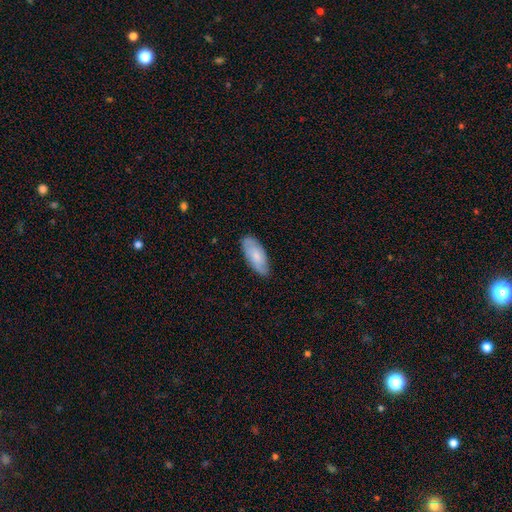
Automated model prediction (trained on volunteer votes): Morphology: type=smooth (63%); roundness=in between (86%); merging=none (81%).